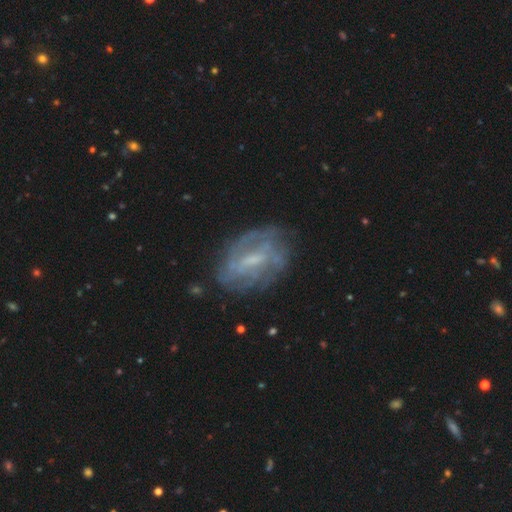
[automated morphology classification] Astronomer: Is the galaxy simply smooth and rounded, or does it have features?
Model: featured or disk — 68%.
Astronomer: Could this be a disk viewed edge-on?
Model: no — 93%.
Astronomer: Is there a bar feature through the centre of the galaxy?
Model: weak — 47% (runner-up: strong, 32%).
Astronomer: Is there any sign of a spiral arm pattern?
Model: yes — 72%.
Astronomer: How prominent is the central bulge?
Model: small — 50% (runner-up: moderate, 28%).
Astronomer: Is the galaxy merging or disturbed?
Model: none — 71%.